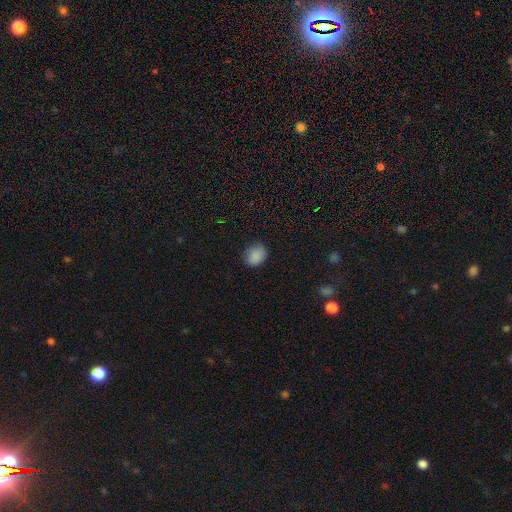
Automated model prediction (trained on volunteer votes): Smooth or featured? Predicted: smooth (p=0.87). How rounded? Predicted: in between (p=0.52). Merging? Predicted: none (p=0.79).